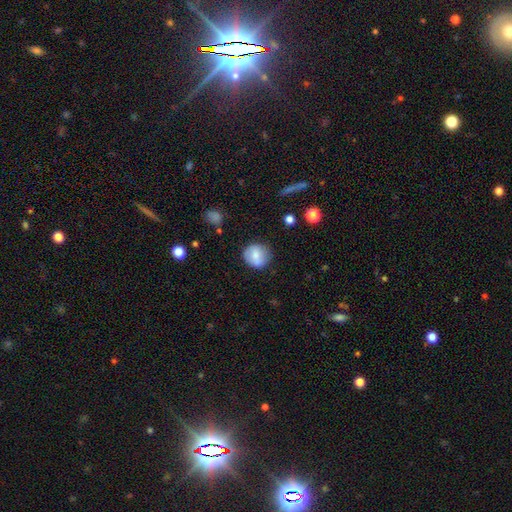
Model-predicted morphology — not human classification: type=smooth (74%); roundness=round (85%); merging=none (78%).